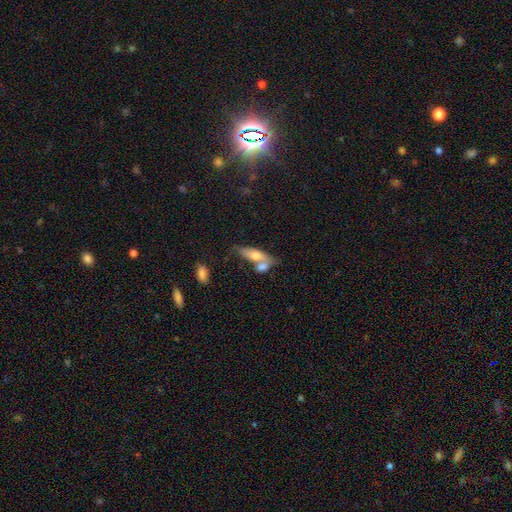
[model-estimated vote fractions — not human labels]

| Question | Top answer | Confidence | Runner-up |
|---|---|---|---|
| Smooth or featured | smooth | 65% | featured or disk (28%) |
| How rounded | in between | 63% | cigar-shaped (34%) |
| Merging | merger | 48% | none (35%) |